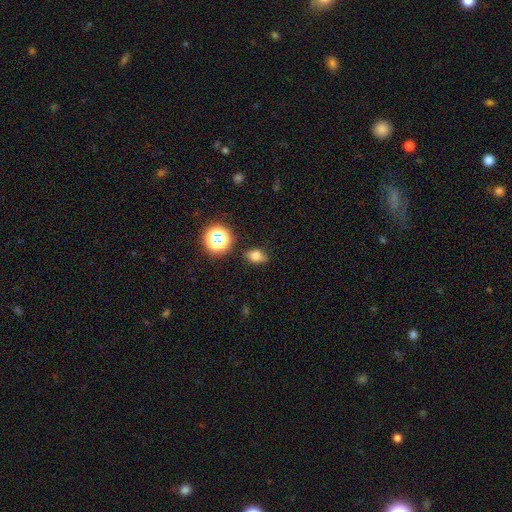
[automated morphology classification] Smooth or featured: smooth — 70% (star or artifact — 19%)
How rounded: in between — 69% (round — 27%)
Merging: none — 69% (minor disturbance — 22%)